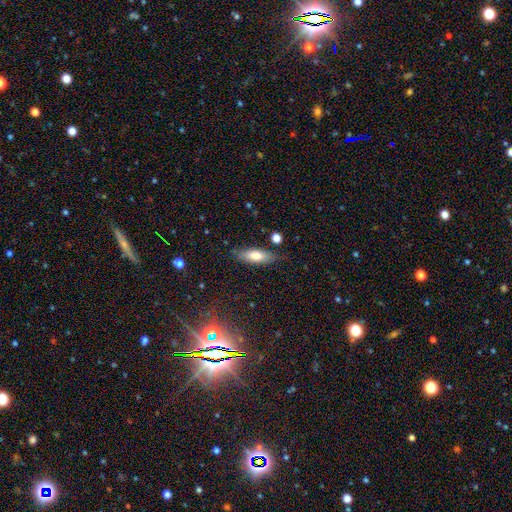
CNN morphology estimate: smooth-or-featured: smooth: 75% | featured or disk: 18% | star or artifact: 7%
  how-rounded: in between: 62% | cigar-shaped: 36% | round: 2%
  merging: none: 78% | minor disturbance: 16% | major disturbance: 4% | merger: 3%